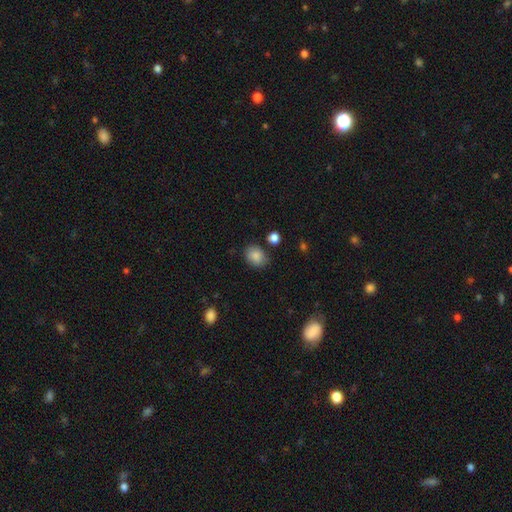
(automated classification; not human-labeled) A smooth galaxy with no disk features (86%) that is in between round and cigar-shaped (55%). Merging: none (78%).